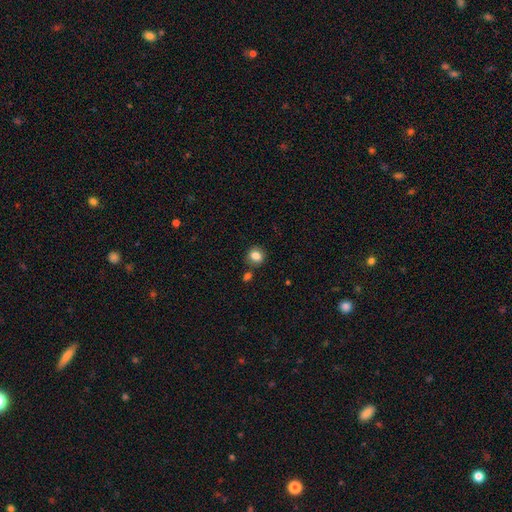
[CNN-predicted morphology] A smooth galaxy with no disk features (83%) that is round (69%).

Vote fractions:
- Smooth or featured? smooth: 83% / star or artifact: 10% / featured or disk: 6%
- How rounded? round: 69% / in between: 30% / cigar-shaped: 1%
- Merging? none: 78% / minor disturbance: 11% / merger: 9% / major disturbance: 3%